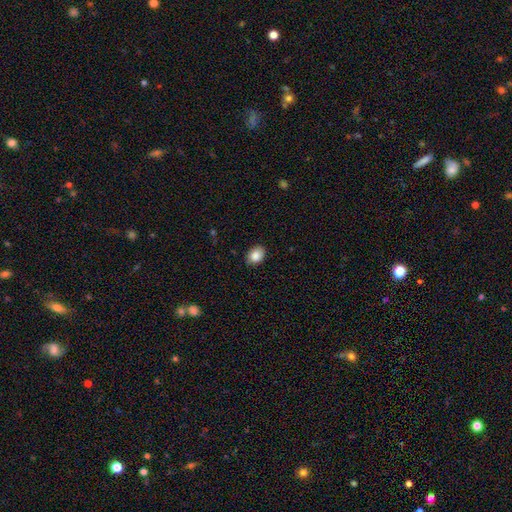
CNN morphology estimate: This appears to be a smooth galaxy with no disk features (87%) that is in between round and cigar-shaped (70%). Merging: none (85%).